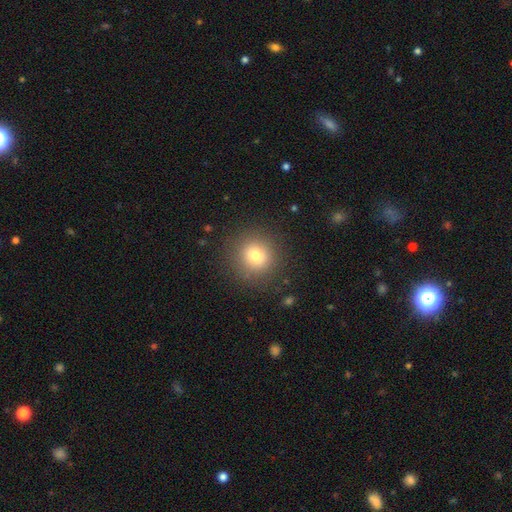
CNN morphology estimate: Overall: smooth (75%). How rounded: round (92%). Merging: none (87%).